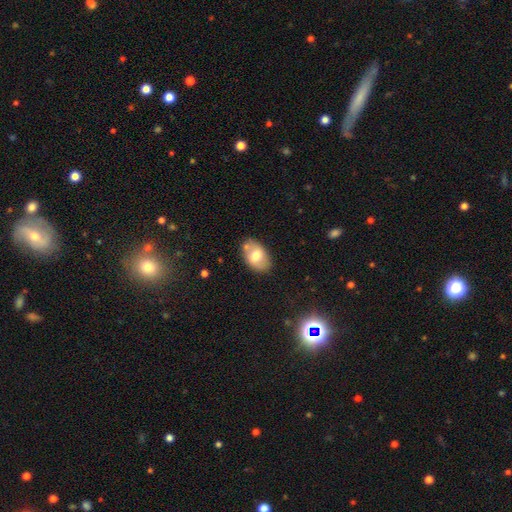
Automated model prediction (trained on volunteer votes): smooth-or-featured: smooth: 62% | featured or disk: 31% | star or artifact: 7%
  how-rounded: in between: 87% | round: 11% | cigar-shaped: 1%
  merging: none: 73% | minor disturbance: 16% | merger: 7% | major disturbance: 4%